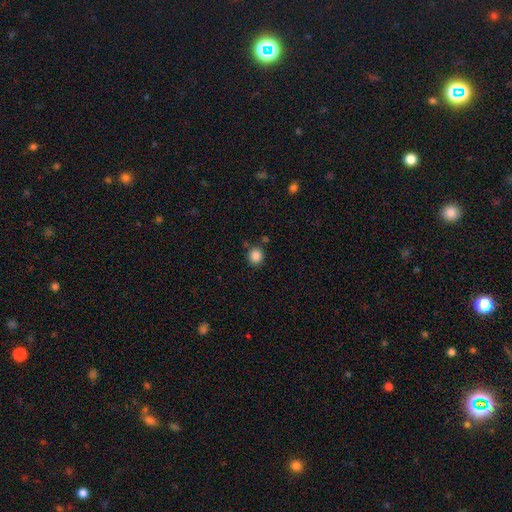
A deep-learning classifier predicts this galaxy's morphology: Smooth or featured: smooth — 86% (star or artifact — 10%)
How rounded: round — 91% (in between — 9%)
Merging: none — 84% (minor disturbance — 9%)